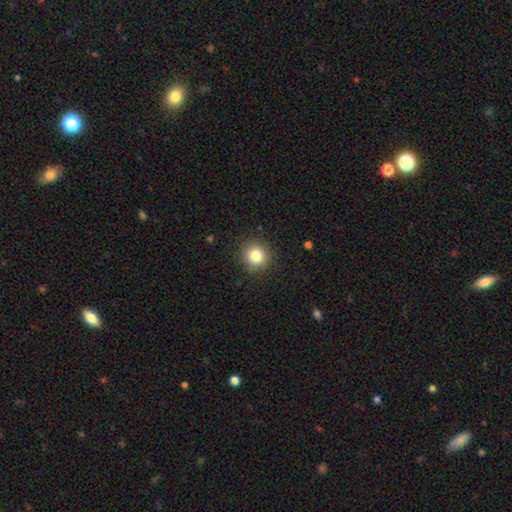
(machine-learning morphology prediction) Smooth or featured? smooth (82%)
How rounded? round (90%)
Merging? none (90%)